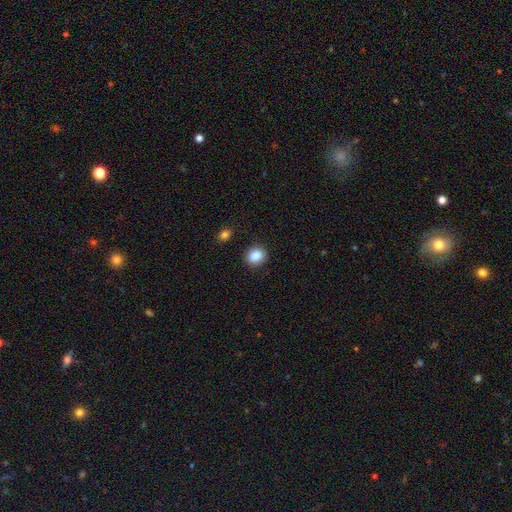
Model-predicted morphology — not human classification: A smooth galaxy with no disk features (88%) that is round (64%). Merging: none (88%).